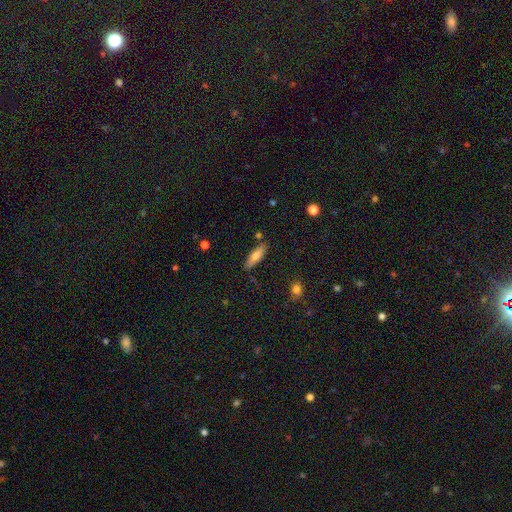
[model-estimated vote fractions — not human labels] Smooth or featured? Predicted: smooth (p=0.65). How rounded? Predicted: cigar-shaped (p=0.62). Merging? Predicted: none (p=0.83).